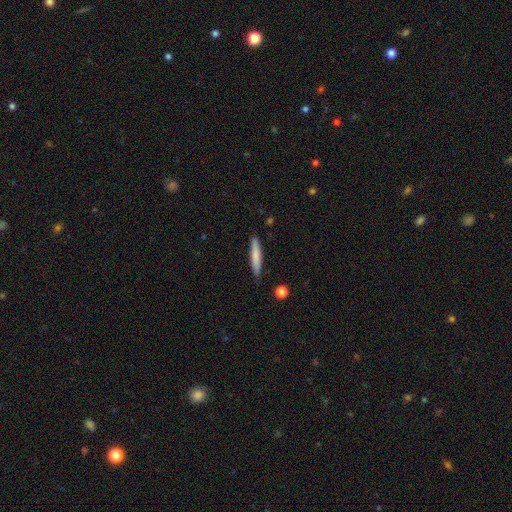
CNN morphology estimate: This appears to be a smooth galaxy with no disk features (76%) that is cigar-shaped (91%). Merging: none (85%).